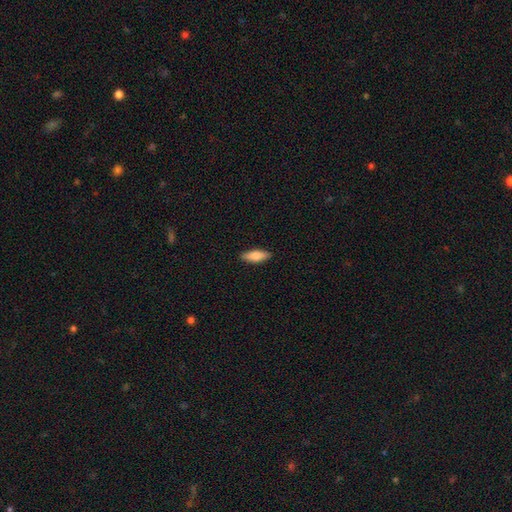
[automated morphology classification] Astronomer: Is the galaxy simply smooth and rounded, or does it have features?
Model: smooth — 81%.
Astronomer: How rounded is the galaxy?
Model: in between — 66%.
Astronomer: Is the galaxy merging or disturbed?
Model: none — 90%.